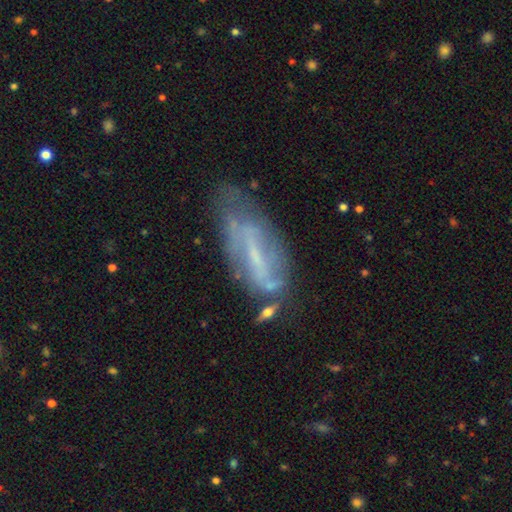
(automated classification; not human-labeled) The model was most divided on "bar": weak: 40%, strong: 35%, no: 25%. More confident: edge-on disk — no (83%); smooth or featured — featured or disk (65%); spiral arms — yes (56%); bulge size — small (54%); merging — none (50%).